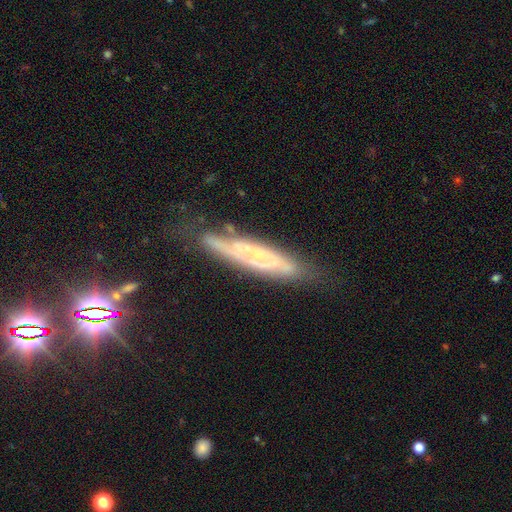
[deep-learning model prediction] featured or disk 65%, smooth 25%, star or artifact 10%. Down the decision tree: edge-on disk — yes (52%); merging — none (68%).